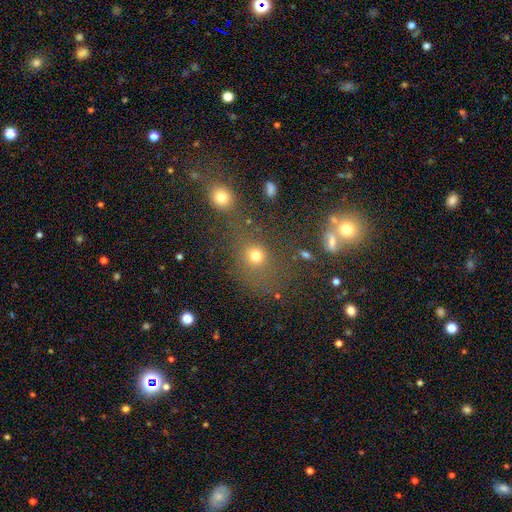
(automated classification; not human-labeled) This is likely a smooth galaxy (69%). How rounded: likely round (74%). Merging: possibly none (59%).